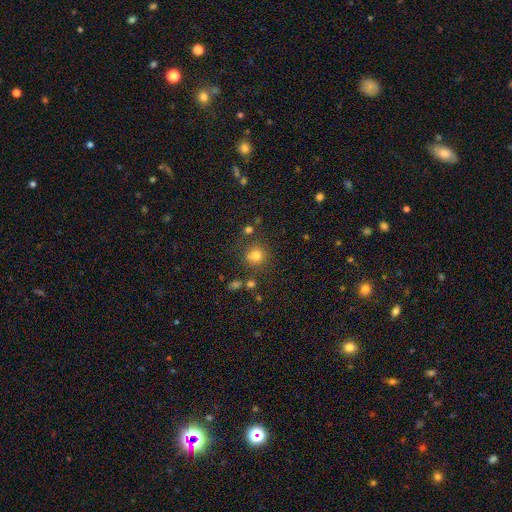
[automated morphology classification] smooth 76%, star or artifact 16%, featured or disk 8%. Down the decision tree: how rounded — round (88%); merging — none (69%).